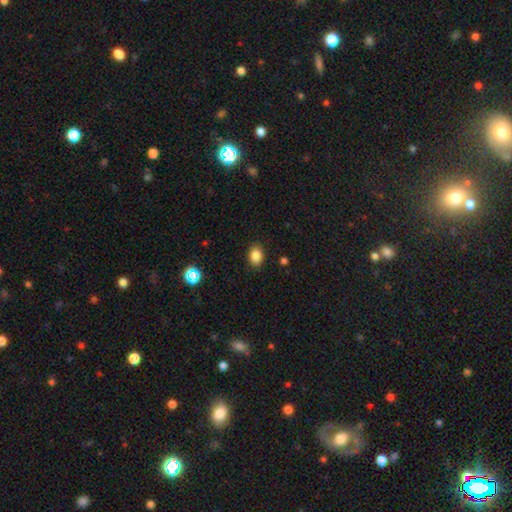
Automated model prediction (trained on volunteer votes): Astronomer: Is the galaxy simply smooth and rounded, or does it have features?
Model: smooth — 85%.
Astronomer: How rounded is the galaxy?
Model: in between — 76%.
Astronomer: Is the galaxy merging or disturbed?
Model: none — 88%.